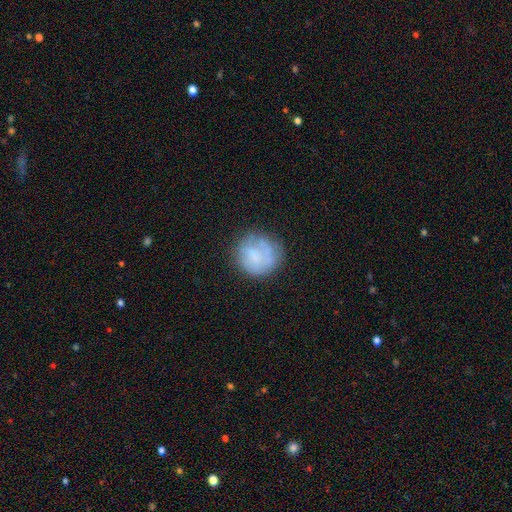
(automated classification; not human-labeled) This is possibly a smooth galaxy (53%). How rounded: clearly round (86%). Merging: likely none (65%).